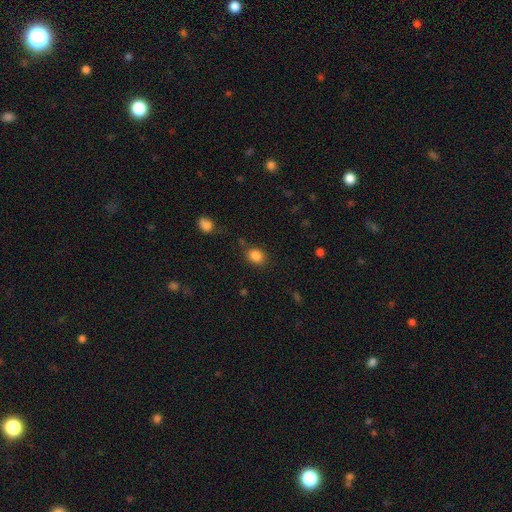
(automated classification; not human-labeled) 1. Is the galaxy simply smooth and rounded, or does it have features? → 85% smooth, 11% star or artifact, 4% featured or disk.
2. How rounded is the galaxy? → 51% round, 48% in between, 1% cigar-shaped.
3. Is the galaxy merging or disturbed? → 80% none, 12% minor disturbance, 4% major disturbance, 4% merger.